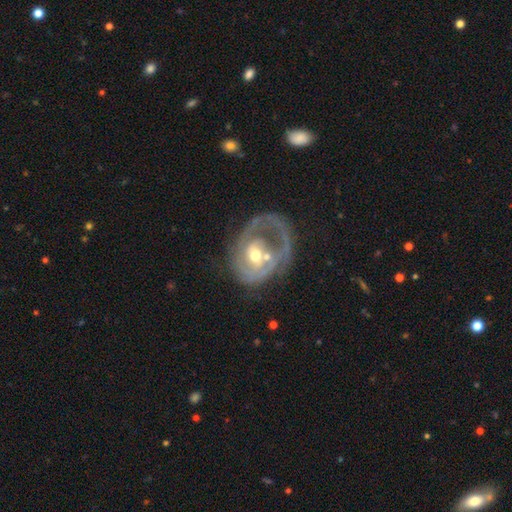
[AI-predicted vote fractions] smooth-or-featured: featured or disk: 76% | smooth: 18% | star or artifact: 6%
  disk-edge-on: no: 97% | yes: 3%
    bar: no: 62% | weak: 30% | strong: 8%
    has-spiral-arms: yes: 72% | no: 28%
      spiral-winding: tight: 42% | medium: 34% | loose: 24%
      spiral-arm-count: 1: 44% | 2: 24% | can't tell: 23% | 3: 5% | 4: 2% | more than 4: 2%
    bulge-size: moderate: 66% | small: 26% | large: 5% | none: 2% | dominant: 1%
  merging: major disturbance: 35% | merger: 27% | none: 23% | minor disturbance: 15%